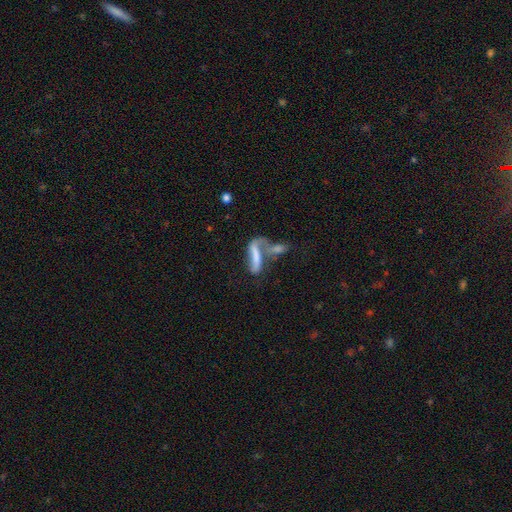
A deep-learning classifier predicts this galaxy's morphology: smooth-or-featured: smooth: 49% | featured or disk: 41% | star or artifact: 10%
  merging: merger: 56% | none: 19% | major disturbance: 16% | minor disturbance: 9%